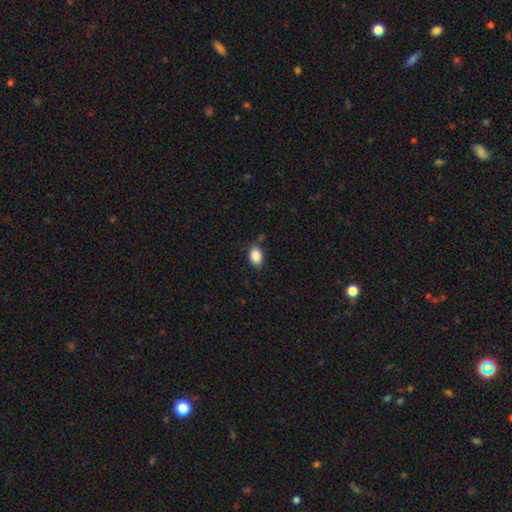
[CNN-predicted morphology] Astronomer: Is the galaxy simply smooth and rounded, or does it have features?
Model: smooth — 88%.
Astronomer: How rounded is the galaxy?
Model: in between — 86%.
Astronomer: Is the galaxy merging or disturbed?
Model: none — 81%.